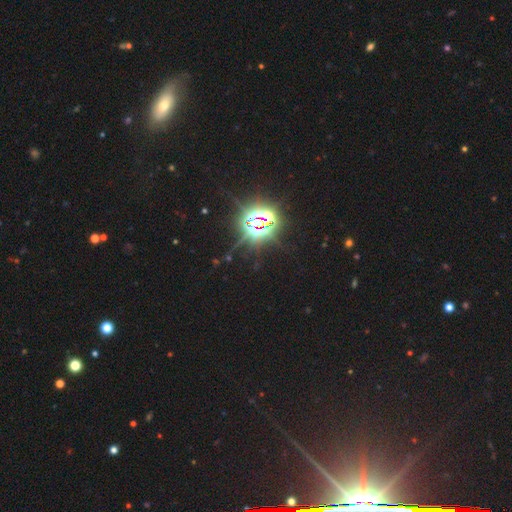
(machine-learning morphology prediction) smooth_or_featured: star or artifact (p=0.84) [alt: smooth p=0.10]